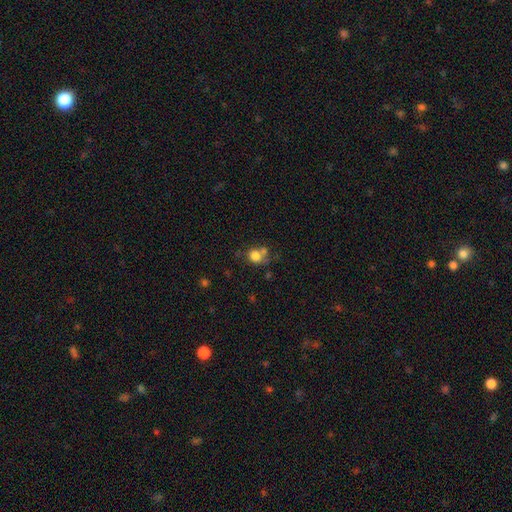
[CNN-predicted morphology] smooth 78%, star or artifact 12%, featured or disk 10%. Down the decision tree: how rounded — round (75%); merging — none (48%).